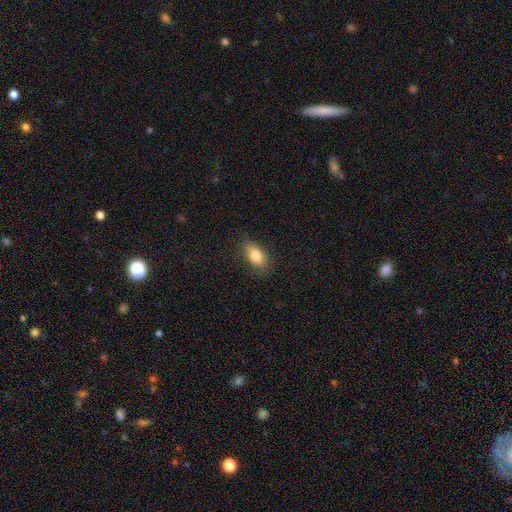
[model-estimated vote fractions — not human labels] Overall: smooth (81%). How rounded: in between (86%). Merging: none (79%).